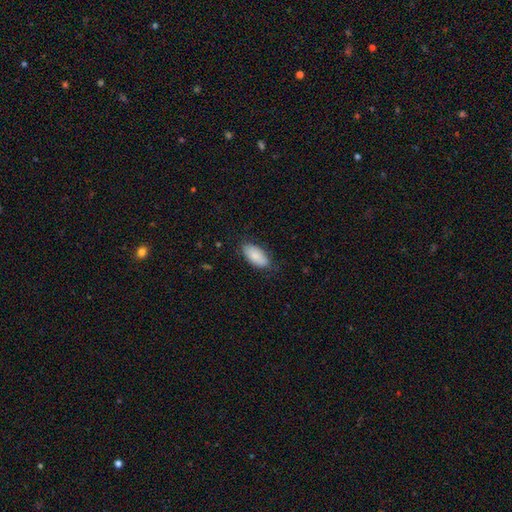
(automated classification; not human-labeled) Smooth or featured? Predicted: smooth (p=0.83). How rounded? Predicted: in between (p=0.93). Merging? Predicted: none (p=0.77).